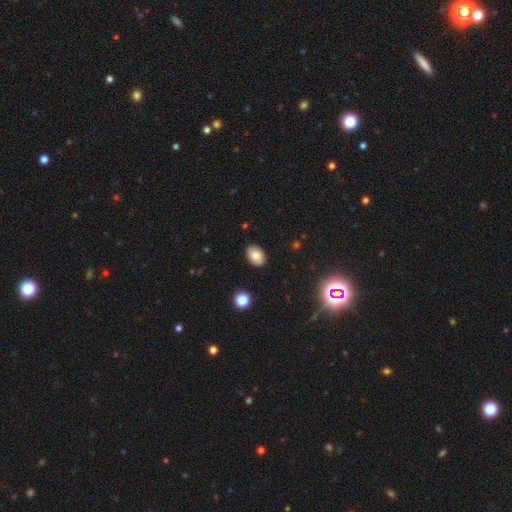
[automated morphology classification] This is clearly a smooth galaxy (82%). How rounded: clearly in between (82%). Merging: clearly none (87%).